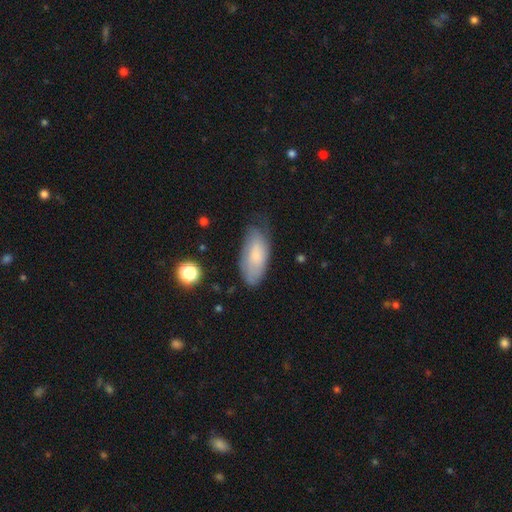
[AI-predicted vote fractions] Smooth or featured: smooth — 72% (featured or disk — 21%)
How rounded: in between — 86% (cigar-shaped — 12%)
Merging: none — 60% (minor disturbance — 29%)